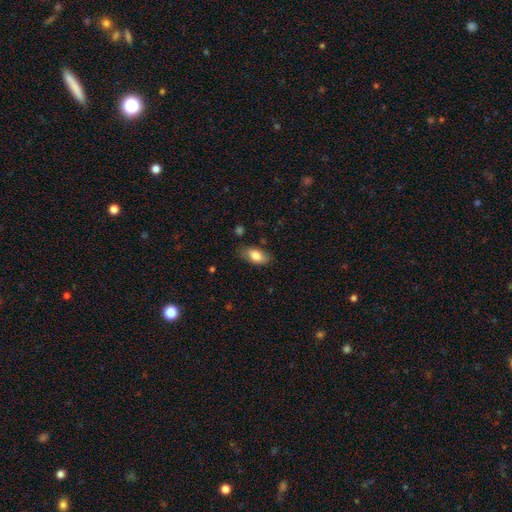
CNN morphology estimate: smooth 80%, featured or disk 13%, star or artifact 7%. Down the decision tree: how rounded — in between (90%); merging — none (79%).